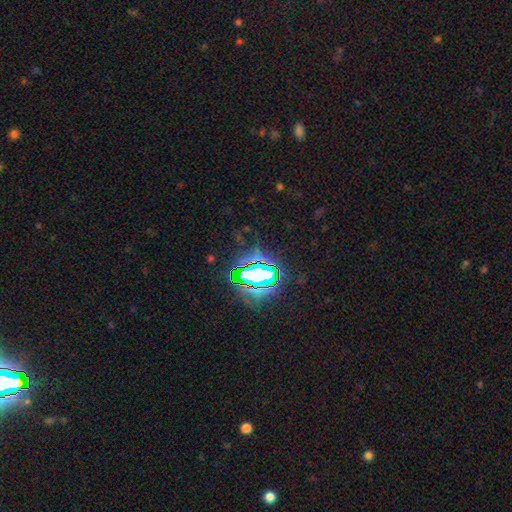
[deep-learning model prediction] star or artifact 80%, smooth 11%, featured or disk 8%.